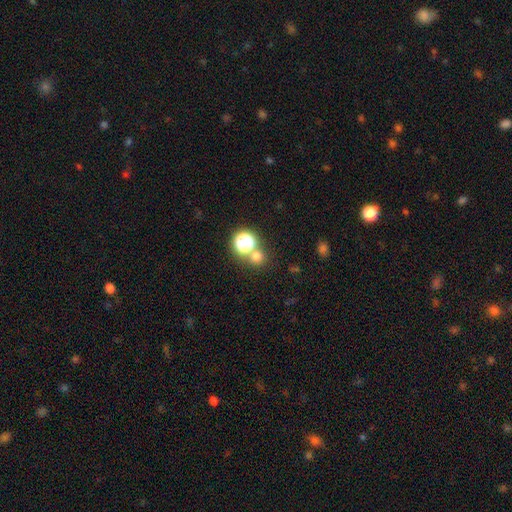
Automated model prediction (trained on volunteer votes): smooth_or_featured: smooth (p=0.67) [alt: star or artifact p=0.27]
how_rounded: round (p=0.89) [alt: in between p=0.10]
merging: none (p=0.66) [alt: merger p=0.24]